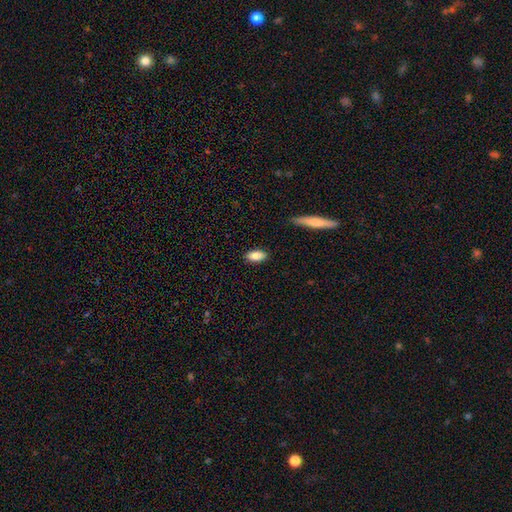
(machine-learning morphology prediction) Q: Smooth or featured?
A: smooth (85%); runner-up: featured or disk (8%)
Q: How rounded?
A: in between (90%); runner-up: cigar-shaped (7%)
Q: Merging?
A: none (88%); runner-up: minor disturbance (9%)